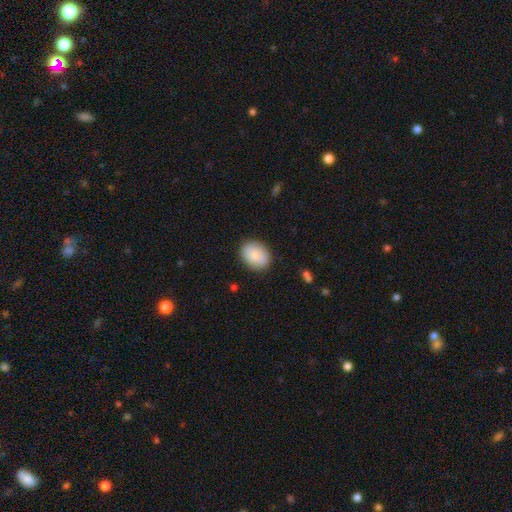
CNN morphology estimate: Q: Smooth or featured?
A: smooth (80%); runner-up: featured or disk (14%)
Q: How rounded?
A: in between (56%); runner-up: round (43%)
Q: Merging?
A: none (86%); runner-up: minor disturbance (10%)